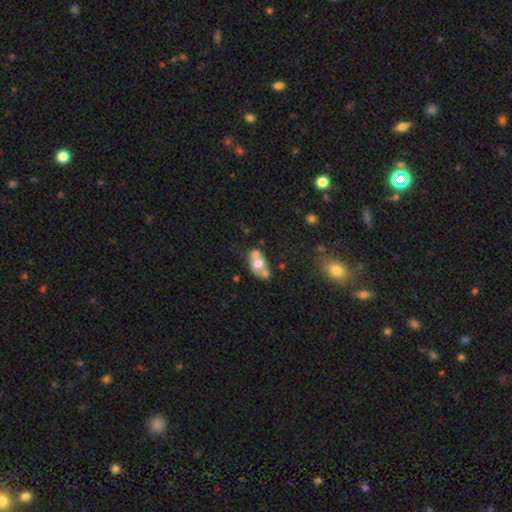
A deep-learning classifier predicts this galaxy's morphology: A smooth galaxy with no disk features (53%) that is in between round and cigar-shaped (75%). Merging: merger (41%).